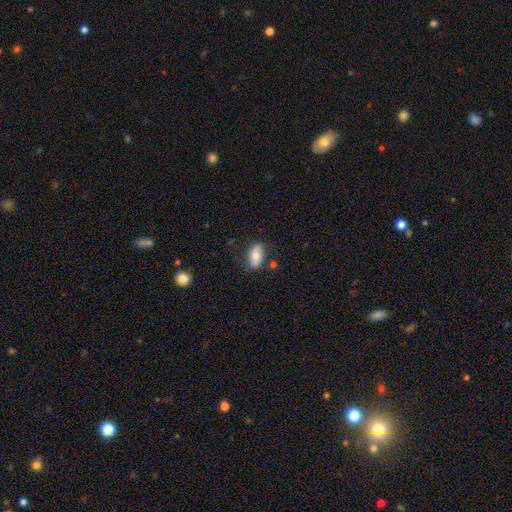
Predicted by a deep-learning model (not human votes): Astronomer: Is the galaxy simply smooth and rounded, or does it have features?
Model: smooth — 68%.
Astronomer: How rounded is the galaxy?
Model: in between — 90%.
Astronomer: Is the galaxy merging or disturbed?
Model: none — 71%.